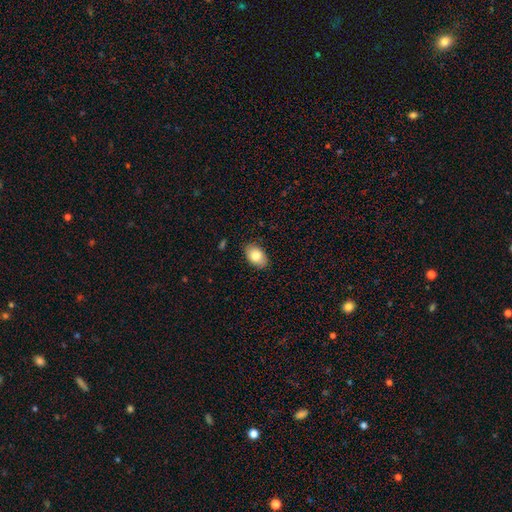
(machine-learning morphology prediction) smooth_or_featured: smooth (p=0.82) [alt: featured or disk p=0.11]
how_rounded: in between (p=0.90) [alt: round p=0.09]
merging: none (p=0.86) [alt: minor disturbance p=0.11]